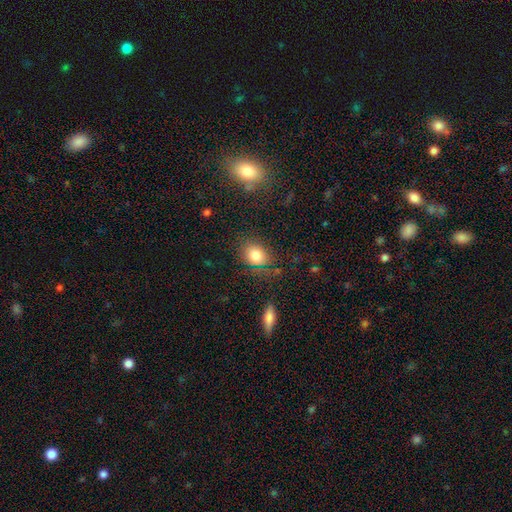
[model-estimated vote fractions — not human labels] This is likely a smooth galaxy (79%). How rounded: possibly in between (51%). Merging: likely none (77%).